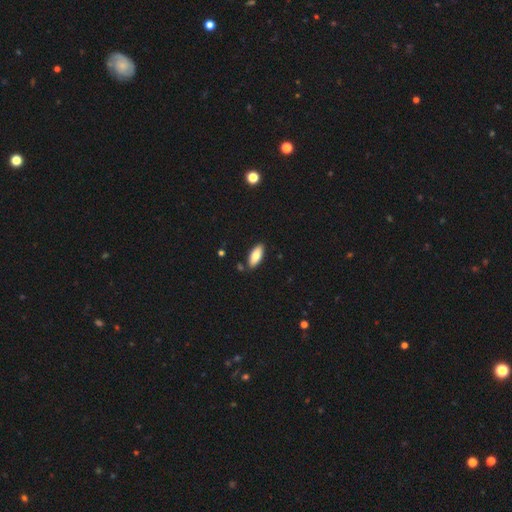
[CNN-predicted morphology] A smooth galaxy with no disk features (81%) that is in between round and cigar-shaped (82%). Merging: none (86%).